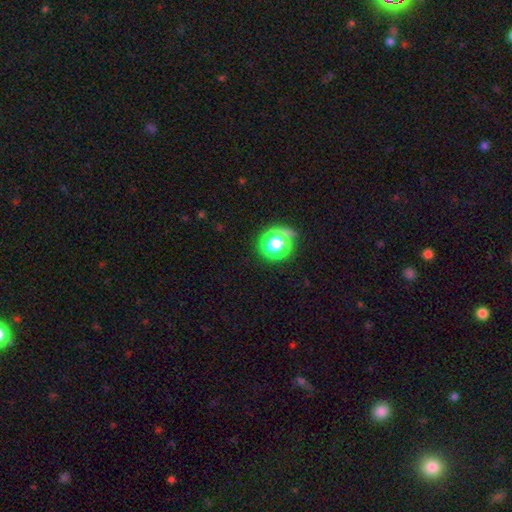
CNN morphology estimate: star or artifact 57%, smooth 35%, featured or disk 8%.